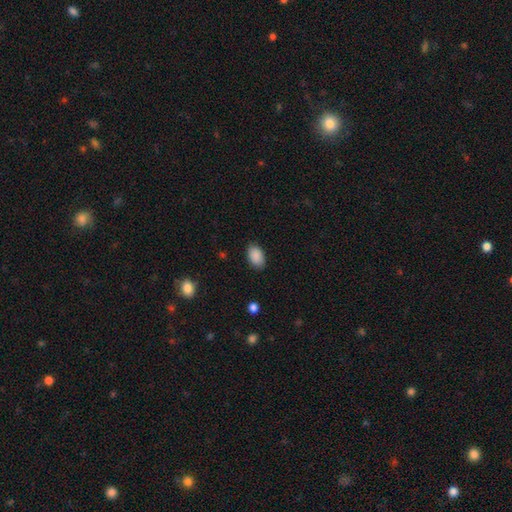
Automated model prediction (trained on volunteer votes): Smooth or featured?
  - smooth: 90% *
  - star or artifact: 7%
  - featured or disk: 3%
How rounded?
  - in between: 90% *
  - round: 8%
  - cigar-shaped: 1%
Merging?
  - none: 85% *
  - minor disturbance: 11%
  - major disturbance: 3%
  - merger: 1%